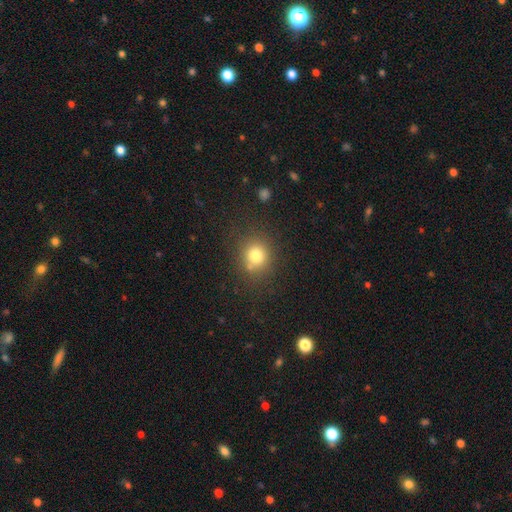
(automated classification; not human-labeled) Smooth or featured?
  - smooth: 77% *
  - star or artifact: 14%
  - featured or disk: 9%
How rounded?
  - round: 82% *
  - in between: 17%
  - cigar-shaped: 1%
Merging?
  - none: 75% *
  - minor disturbance: 11%
  - merger: 9%
  - major disturbance: 4%